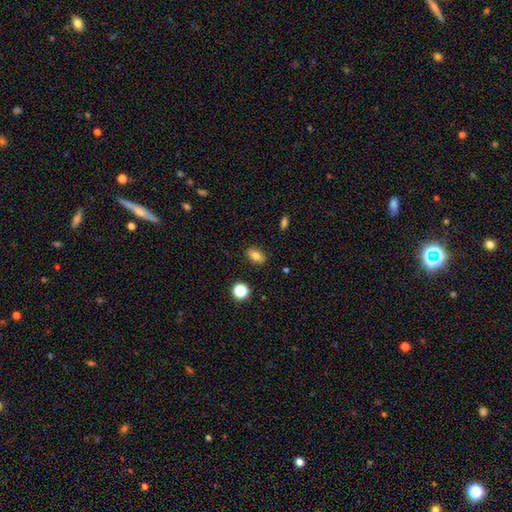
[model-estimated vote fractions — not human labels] smooth 78%, star or artifact 11%, featured or disk 11%. Down the decision tree: how rounded — in between (82%); merging — none (87%).